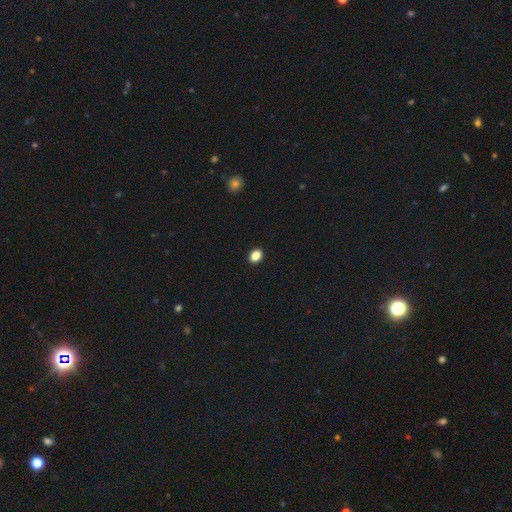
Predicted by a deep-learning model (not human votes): smooth 87%, star or artifact 10%, featured or disk 3%. Down the decision tree: how rounded — in between (61%); merging — none (92%).